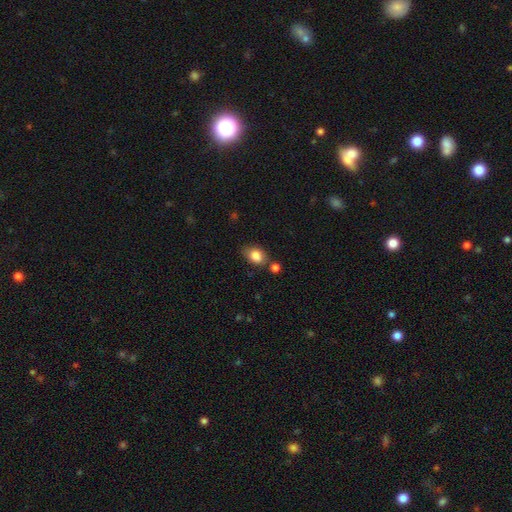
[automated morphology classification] The model was most divided on "merging": none: 62%, minor disturbance: 19%, merger: 14%, major disturbance: 5%. More confident: smooth or featured — smooth (83%); how rounded — in between (75%).